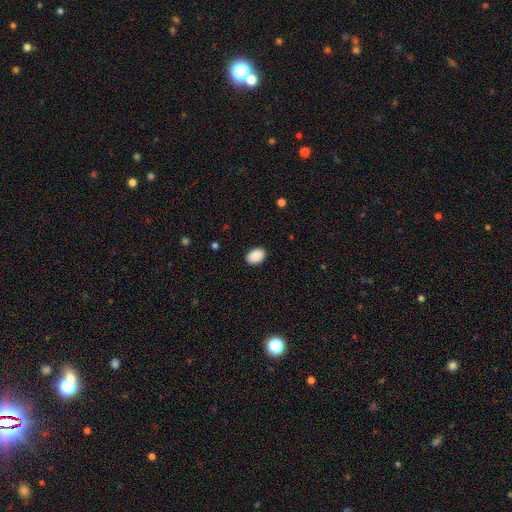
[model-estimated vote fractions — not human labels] smooth_or_featured: smooth (p=0.90) [alt: star or artifact p=0.07]
how_rounded: in between (p=0.84) [alt: round p=0.15]
merging: none (p=0.90) [alt: minor disturbance p=0.08]